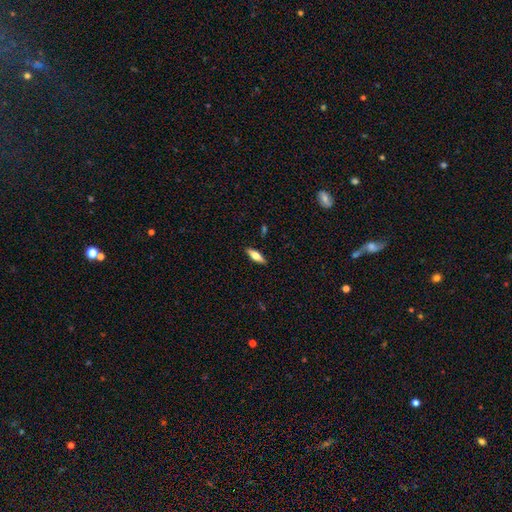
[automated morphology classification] smooth-or-featured: smooth: 57% | featured or disk: 37% | star or artifact: 7%
  how-rounded: in between: 55% | cigar-shaped: 43% | round: 3%
  merging: none: 89% | minor disturbance: 8% | major disturbance: 2% | merger: 1%